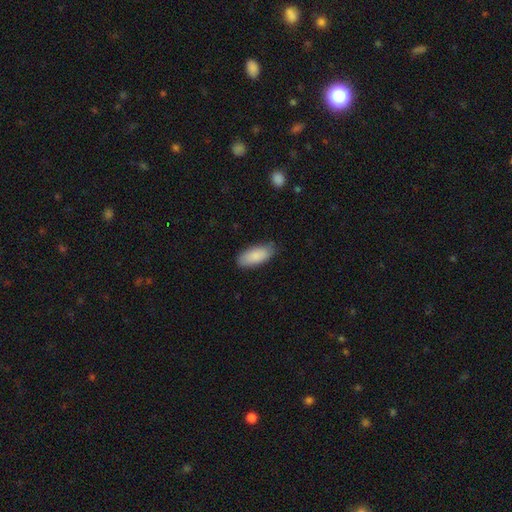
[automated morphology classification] Overall: smooth (88%). How rounded: in between (87%). Merging: none (80%).